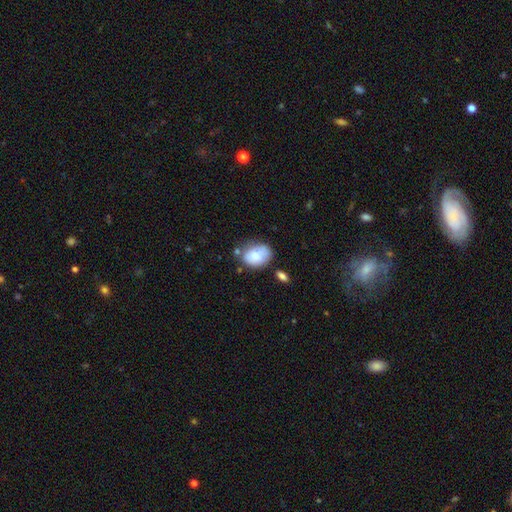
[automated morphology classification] smooth-or-featured: smooth: 71% | featured or disk: 21% | star or artifact: 8%
  how-rounded: in between: 70% | round: 29% | cigar-shaped: 1%
  merging: none: 53% | minor disturbance: 27% | merger: 11% | major disturbance: 8%